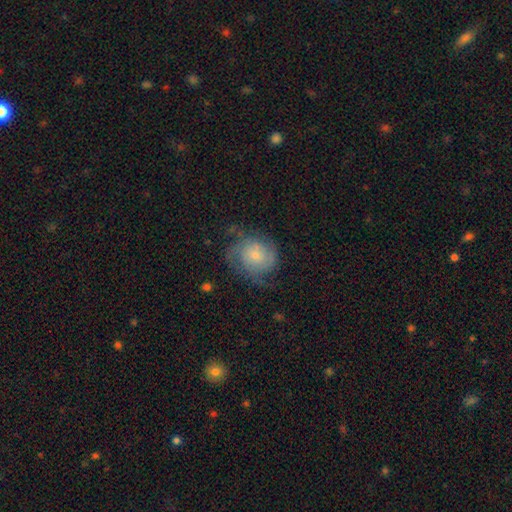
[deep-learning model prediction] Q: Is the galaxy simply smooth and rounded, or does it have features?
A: featured or disk — 60%.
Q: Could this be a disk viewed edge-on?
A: no — 98%.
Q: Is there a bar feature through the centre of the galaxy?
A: no — 79%.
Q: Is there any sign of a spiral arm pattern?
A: yes — 86%.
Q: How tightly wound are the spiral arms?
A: tight — 44%.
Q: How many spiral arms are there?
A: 2 — 41%.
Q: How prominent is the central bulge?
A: small — 59%.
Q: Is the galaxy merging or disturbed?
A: none — 55%.